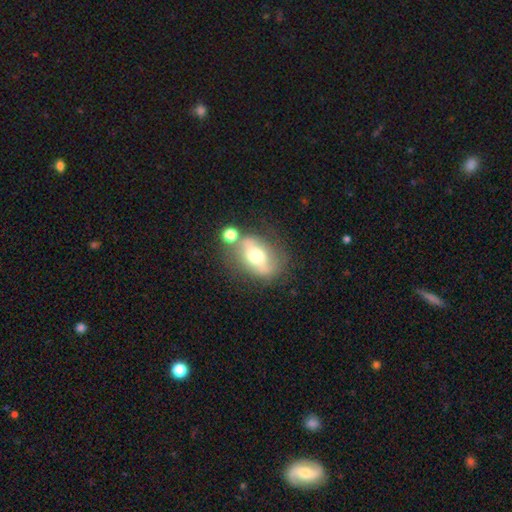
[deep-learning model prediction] Smooth or featured? Predicted: featured or disk (p=0.49). Merging? Predicted: none (p=0.56).